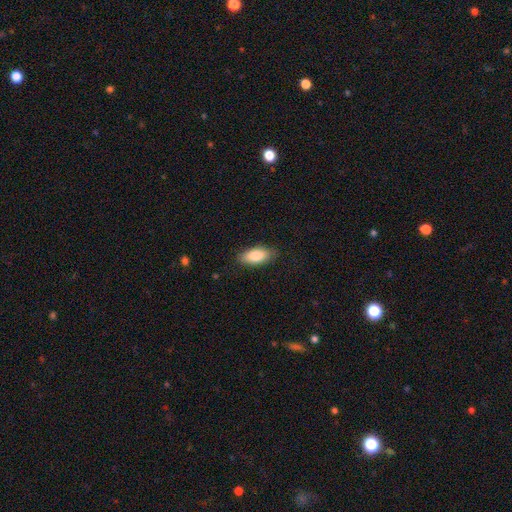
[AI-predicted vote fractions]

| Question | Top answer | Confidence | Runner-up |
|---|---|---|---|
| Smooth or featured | smooth | 84% | featured or disk (10%) |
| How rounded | in between | 88% | cigar-shaped (9%) |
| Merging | none | 85% | minor disturbance (11%) |